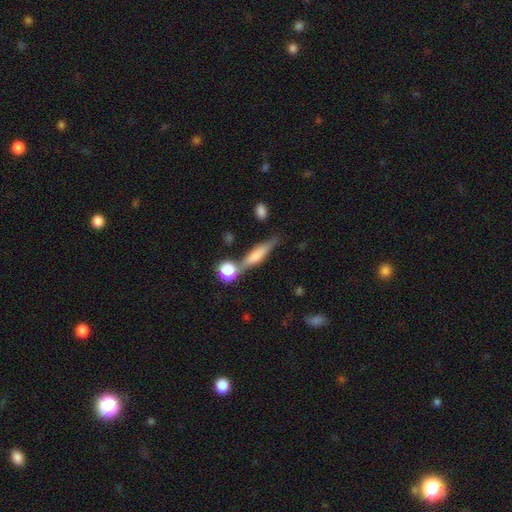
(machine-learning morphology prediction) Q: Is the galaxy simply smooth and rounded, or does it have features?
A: featured or disk — 51%.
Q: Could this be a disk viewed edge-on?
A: yes — 93%.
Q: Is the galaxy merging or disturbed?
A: none — 67%.